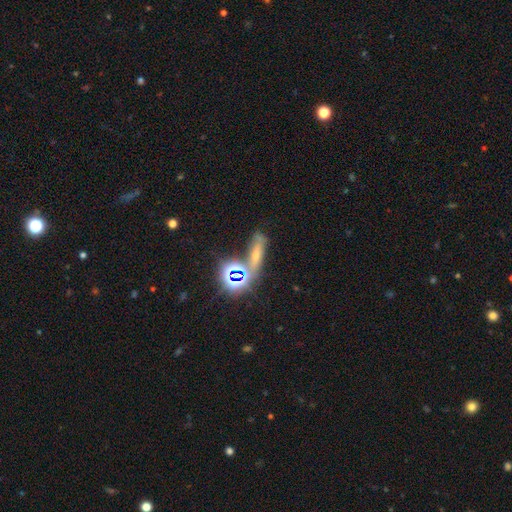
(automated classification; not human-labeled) A star or artifact, not a galaxy (51%).